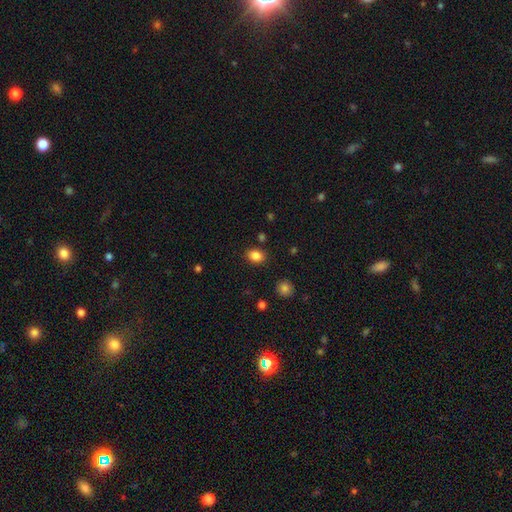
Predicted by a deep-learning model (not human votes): Q: Smooth or featured?
A: smooth (85%); runner-up: star or artifact (10%)
Q: How rounded?
A: in between (65%); runner-up: round (34%)
Q: Merging?
A: none (85%); runner-up: minor disturbance (10%)